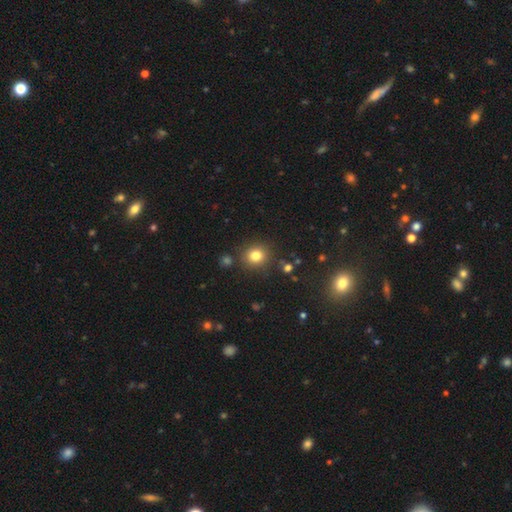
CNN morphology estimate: A smooth galaxy with no disk features (80%) that is round (86%).

Vote fractions:
- Smooth or featured? smooth: 80% / star or artifact: 13% / featured or disk: 7%
- How rounded? round: 86% / in between: 13% / cigar-shaped: 1%
- Merging? none: 85% / minor disturbance: 8% / merger: 4% / major disturbance: 3%